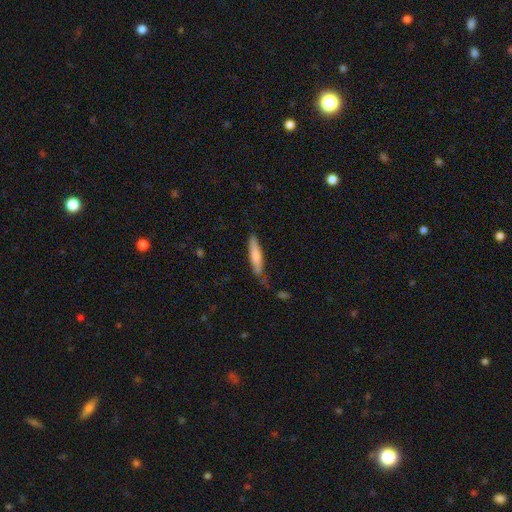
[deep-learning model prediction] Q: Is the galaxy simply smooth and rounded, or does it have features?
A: smooth — 71%.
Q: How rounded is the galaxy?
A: cigar-shaped — 84%.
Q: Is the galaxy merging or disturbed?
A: none — 72%.